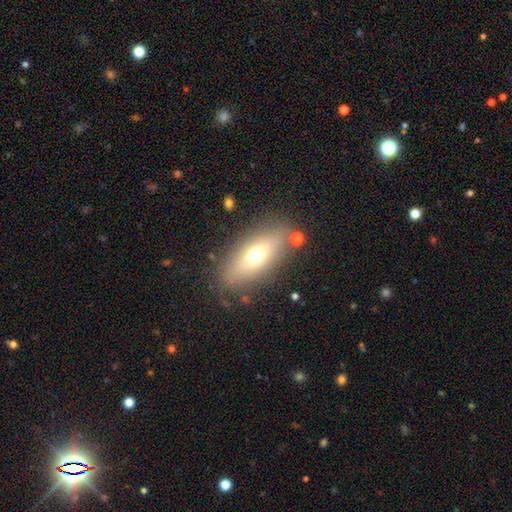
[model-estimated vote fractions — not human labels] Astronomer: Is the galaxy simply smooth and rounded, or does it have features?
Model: smooth — 61%.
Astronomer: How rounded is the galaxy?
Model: in between — 75%.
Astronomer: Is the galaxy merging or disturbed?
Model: none — 80%.